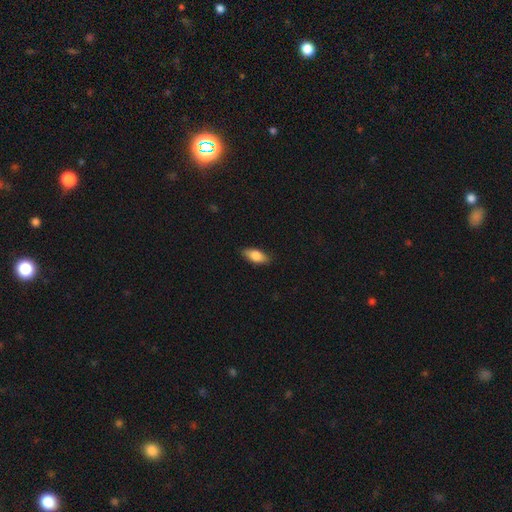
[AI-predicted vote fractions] Smooth or featured: smooth — 81% (featured or disk — 13%)
How rounded: in between — 85% (cigar-shaped — 12%)
Merging: none — 85% (minor disturbance — 12%)